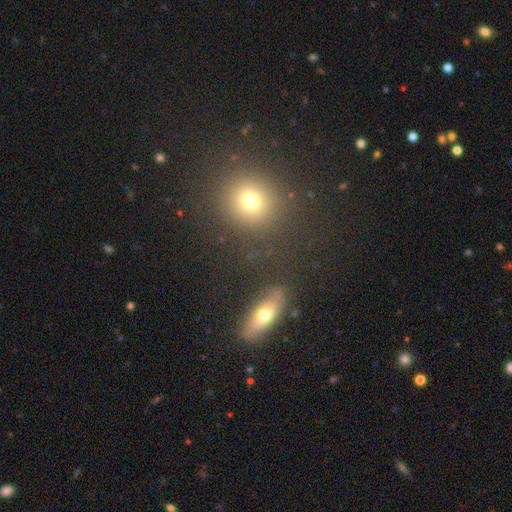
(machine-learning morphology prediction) smooth_or_featured: smooth (p=0.56) [alt: star or artifact p=0.24]
how_rounded: round (p=0.57) [alt: in between p=0.34]
merging: none (p=0.79) [alt: minor disturbance p=0.09]